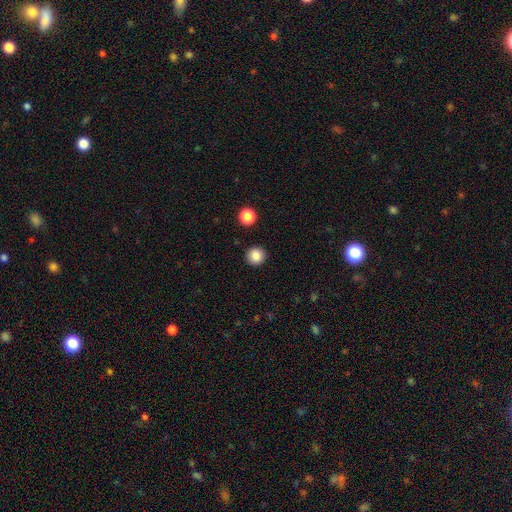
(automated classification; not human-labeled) Smooth or featured: smooth — 86% (star or artifact — 10%)
How rounded: round — 94% (in between — 5%)
Merging: none — 92% (minor disturbance — 5%)